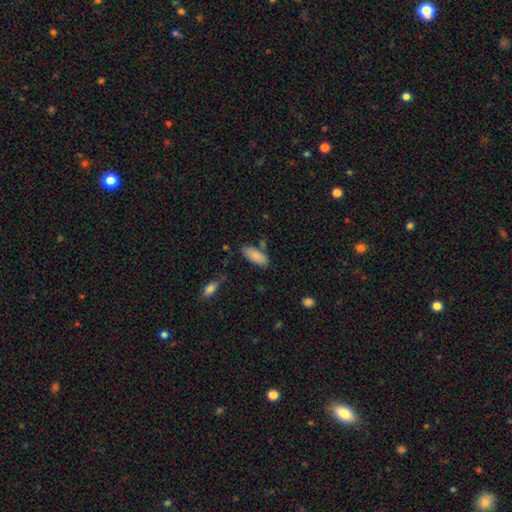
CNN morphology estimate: Smooth or featured?
  - smooth: 87% *
  - featured or disk: 7%
  - star or artifact: 6%
How rounded?
  - in between: 81% *
  - cigar-shaped: 17%
  - round: 2%
Merging?
  - none: 71% *
  - minor disturbance: 17%
  - merger: 8%
  - major disturbance: 4%